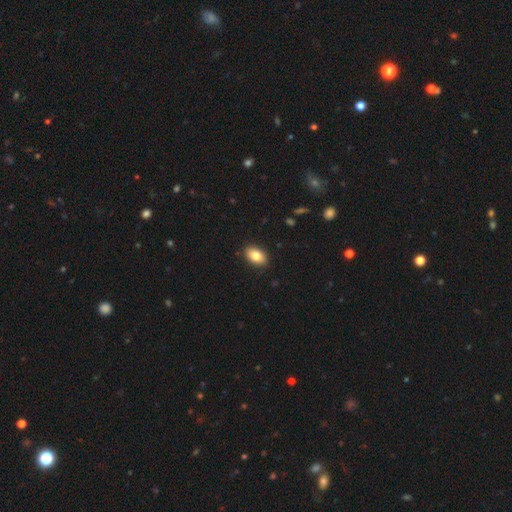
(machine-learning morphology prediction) Smooth or featured? smooth (82%)
How rounded? in between (89%)
Merging? none (89%)